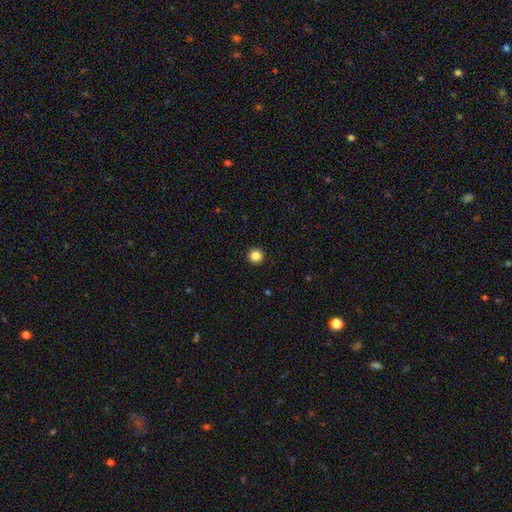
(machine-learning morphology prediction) This appears to be a smooth galaxy with no disk features (85%) that is round (96%). Merging: none (94%).